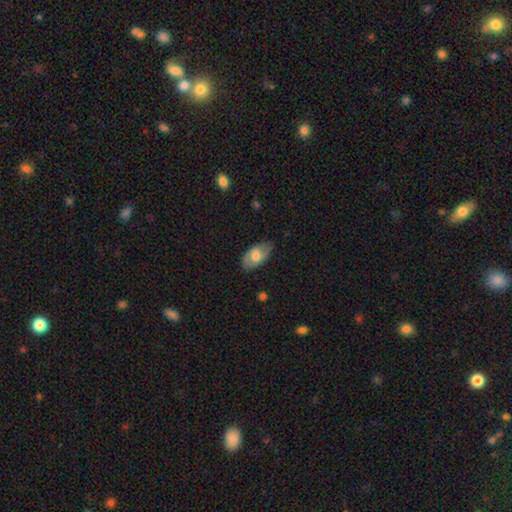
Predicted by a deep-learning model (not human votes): Overall: smooth (61%; featured or disk 33%). How rounded: in between (94%). Merging: none (77%).